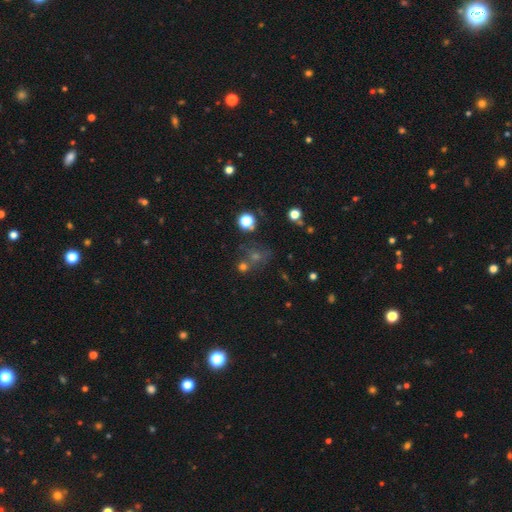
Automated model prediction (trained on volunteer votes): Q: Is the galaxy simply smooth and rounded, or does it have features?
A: smooth — 43%.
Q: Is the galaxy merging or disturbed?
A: none — 55%.